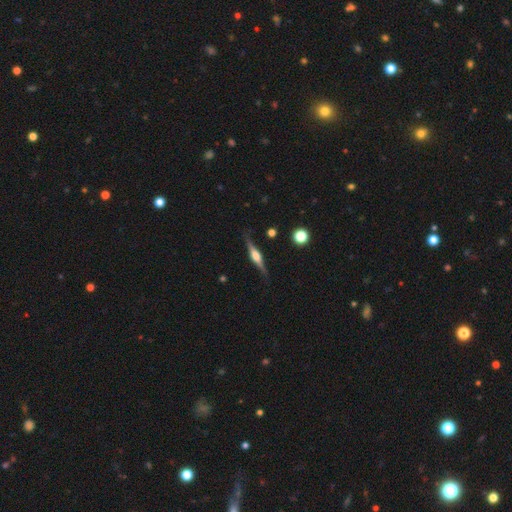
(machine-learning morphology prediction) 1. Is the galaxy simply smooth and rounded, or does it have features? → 76% featured or disk, 18% smooth, 6% star or artifact.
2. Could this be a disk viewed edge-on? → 97% yes, 3% no.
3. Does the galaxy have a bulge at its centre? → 87% rounded, 10% boxy, 3% none.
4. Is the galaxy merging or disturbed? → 85% none, 11% minor disturbance, 2% major disturbance, 2% merger.